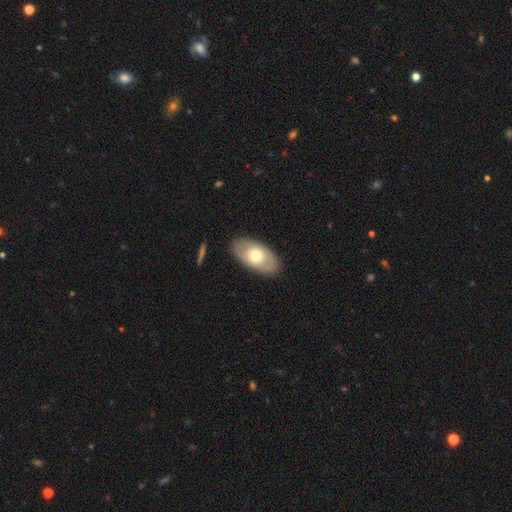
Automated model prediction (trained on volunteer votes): Q: Smooth or featured?
A: smooth (52%); runner-up: featured or disk (43%)
Q: How rounded?
A: in between (91%); runner-up: round (6%)
Q: Merging?
A: none (85%); runner-up: minor disturbance (11%)